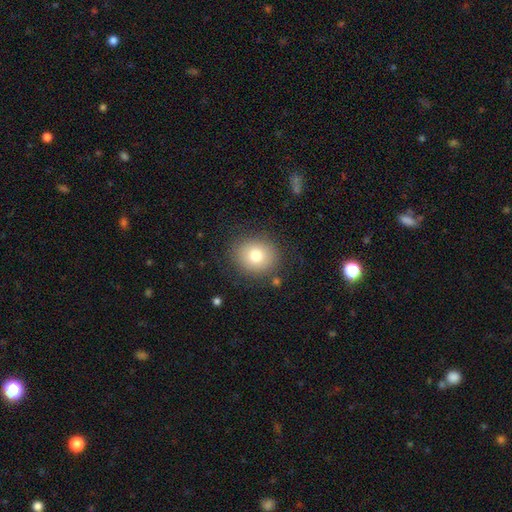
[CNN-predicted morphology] Smooth or featured?
  - smooth: 77% *
  - featured or disk: 12%
  - star or artifact: 11%
How rounded?
  - round: 78% *
  - in between: 21%
  - cigar-shaped: 1%
Merging?
  - none: 85% *
  - minor disturbance: 10%
  - major disturbance: 4%
  - merger: 2%